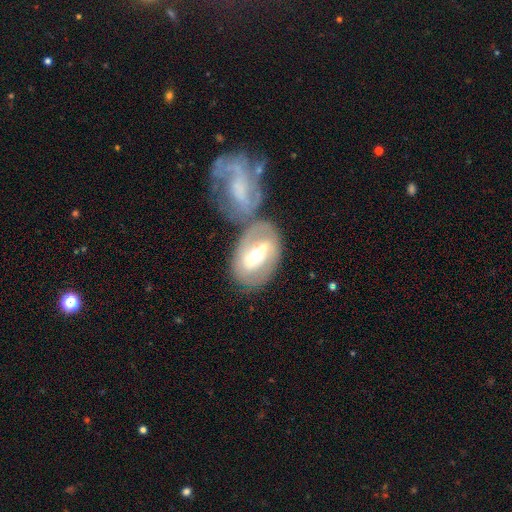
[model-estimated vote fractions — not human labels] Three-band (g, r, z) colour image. It shows a featured or disk galaxy (64%) with a strong bar (59%), spiral arms (57%) and a moderate central bulge (51%). Merging: none (41%).